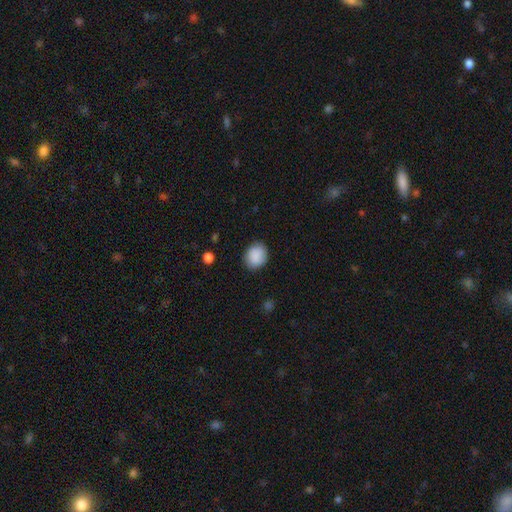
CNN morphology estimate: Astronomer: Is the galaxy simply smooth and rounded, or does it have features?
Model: smooth — 89%.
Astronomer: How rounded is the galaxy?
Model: round — 60% (runner-up: in between, 39%).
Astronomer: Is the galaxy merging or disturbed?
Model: none — 84%.